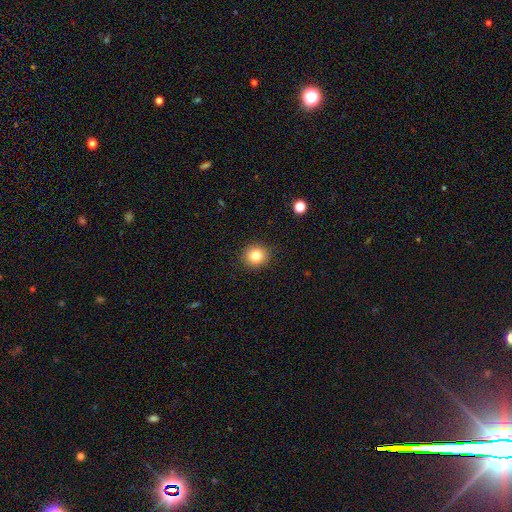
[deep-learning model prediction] smooth 82%, star or artifact 11%, featured or disk 7%. Down the decision tree: how rounded — round (87%); merging — none (91%).